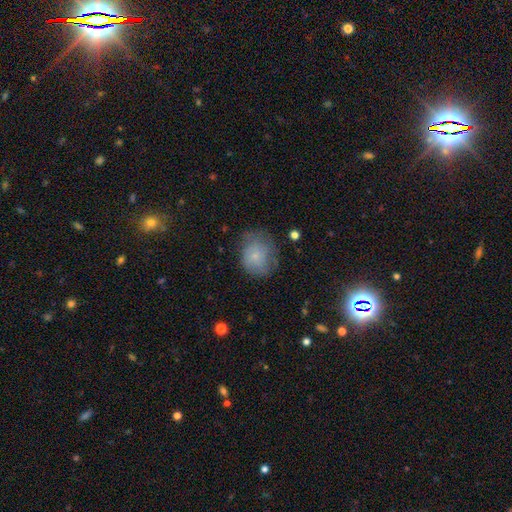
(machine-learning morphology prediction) Smooth or featured? Predicted: smooth (p=0.66). How rounded? Predicted: round (p=0.65). Merging? Predicted: none (p=0.53).